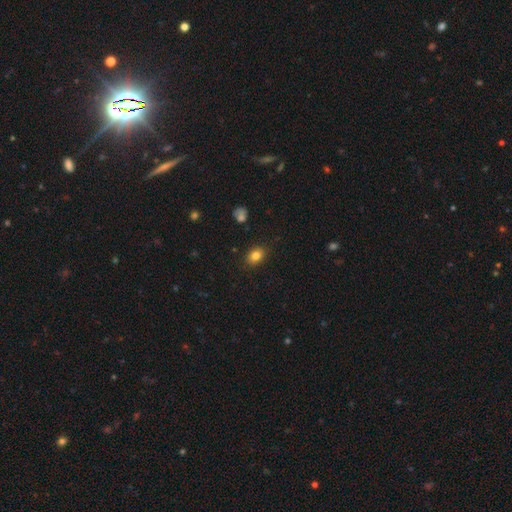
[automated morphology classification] Smooth or featured?
  - smooth: 82% *
  - star or artifact: 11%
  - featured or disk: 7%
How rounded?
  - in between: 65% *
  - round: 34%
  - cigar-shaped: 1%
Merging?
  - none: 86% *
  - minor disturbance: 10%
  - major disturbance: 2%
  - merger: 1%